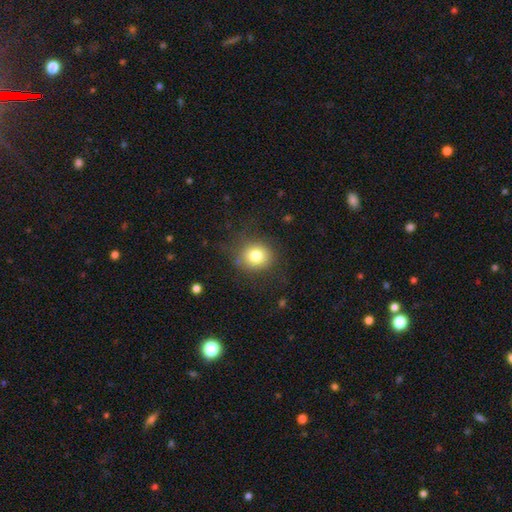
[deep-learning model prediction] This appears to be a smooth galaxy with no disk features (79%) that is round (83%). Merging: none (78%).